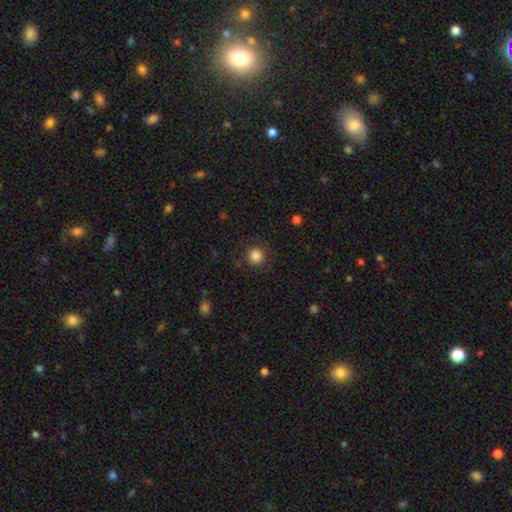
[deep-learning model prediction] A smooth galaxy with no disk features (85%) that is round (92%).

Vote fractions:
- Smooth or featured? smooth: 85% / star or artifact: 11% / featured or disk: 4%
- How rounded? round: 92% / in between: 7% / cigar-shaped: 1%
- Merging? none: 87% / minor disturbance: 9% / major disturbance: 4% / merger: 1%